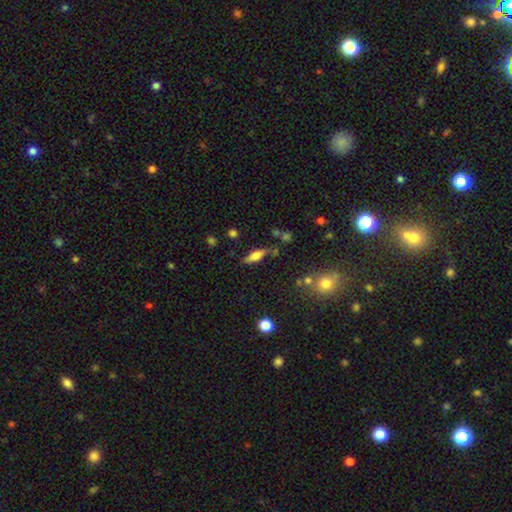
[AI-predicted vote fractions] Smooth or featured? Predicted: smooth (p=0.59). How rounded? Predicted: in between (p=0.51). Merging? Predicted: none (p=0.74).